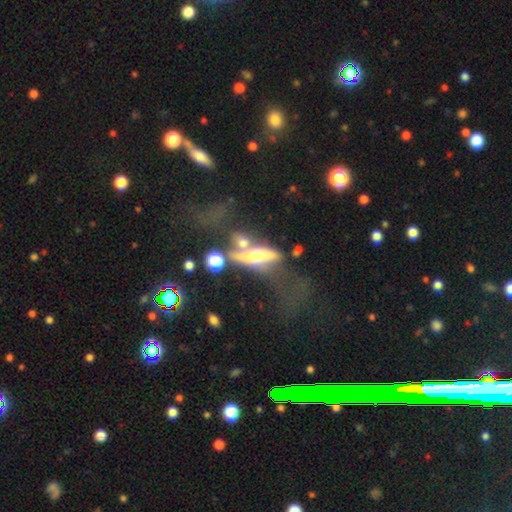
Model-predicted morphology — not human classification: The model was most divided on "merging": merger: 43%, major disturbance: 27%, none: 19%, minor disturbance: 12%. More confident: edge-on disk — yes (62%); smooth or featured — featured or disk (57%).